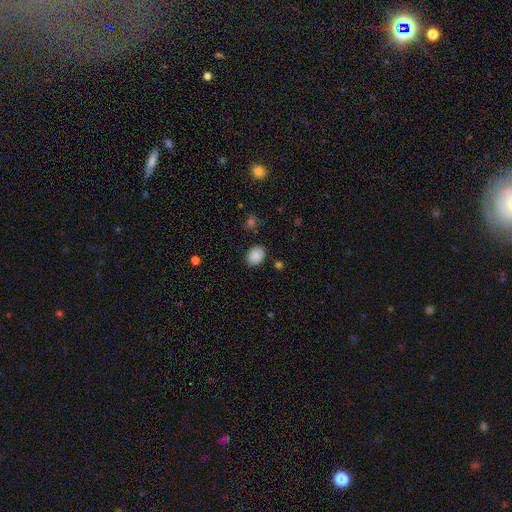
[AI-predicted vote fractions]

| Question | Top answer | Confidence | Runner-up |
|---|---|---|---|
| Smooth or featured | smooth | 87% | star or artifact (9%) |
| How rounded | in between | 59% | round (40%) |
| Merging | none | 83% | minor disturbance (13%) |